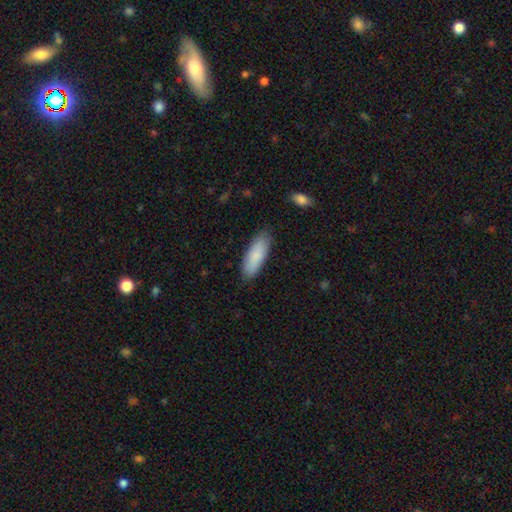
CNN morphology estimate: A smooth galaxy with no disk features (85%) that is in between round and cigar-shaped (61%).

Vote fractions:
- Smooth or featured? smooth: 85% / featured or disk: 9% / star or artifact: 6%
- How rounded? in between: 61% / cigar-shaped: 37% / round: 1%
- Merging? none: 85% / minor disturbance: 12% / major disturbance: 2% / merger: 1%